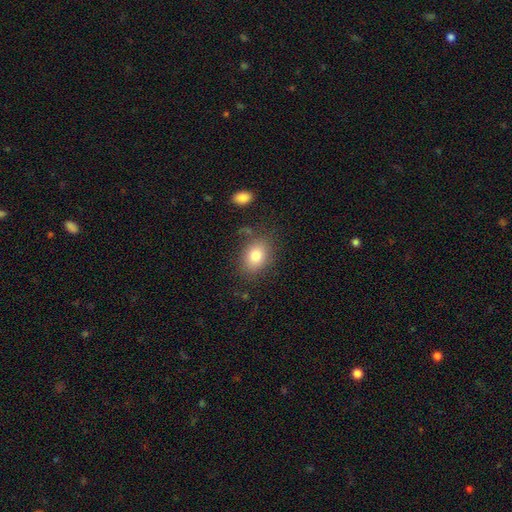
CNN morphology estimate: Overall: smooth (80%). How rounded: in between (66%; round 33%). Merging: none (77%).